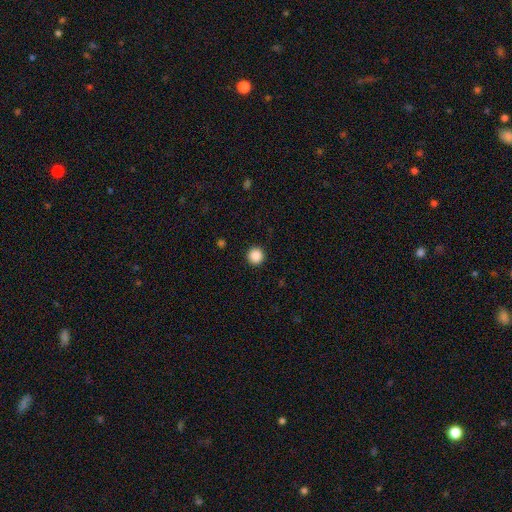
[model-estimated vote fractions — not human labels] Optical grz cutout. It shows a smooth galaxy with no disk features (88%) that is round (96%). Merging: none (93%).